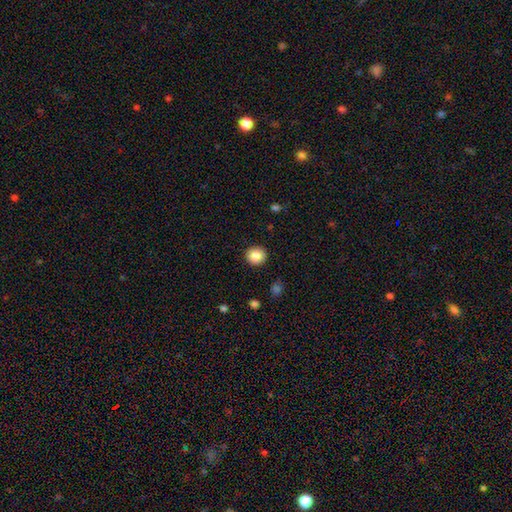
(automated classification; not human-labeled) Overall: smooth (85%). How rounded: round (91%). Merging: none (92%).